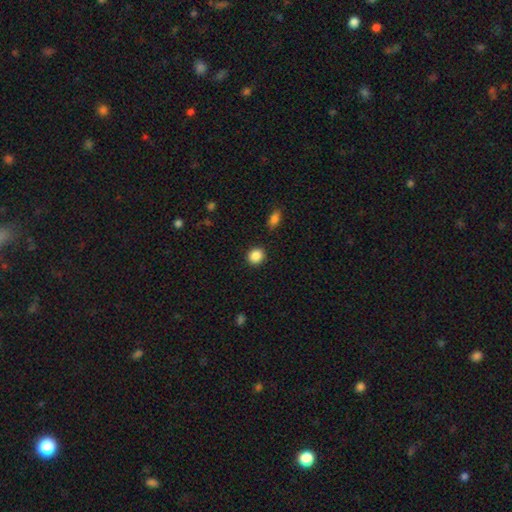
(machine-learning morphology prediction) The model was most divided on "how rounded": round: 83%, in between: 16%, cigar-shaped: 1%. More confident: merging — none (89%); smooth or featured — smooth (88%).